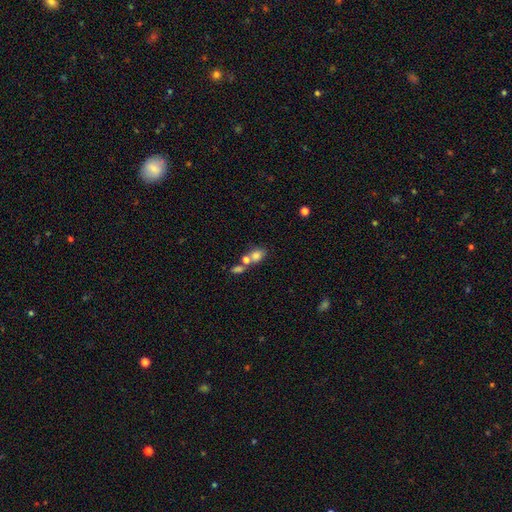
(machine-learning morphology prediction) Q: Smooth or featured?
A: smooth (75%); runner-up: featured or disk (14%)
Q: How rounded?
A: in between (59%); runner-up: round (38%)
Q: Merging?
A: merger (52%); runner-up: none (34%)